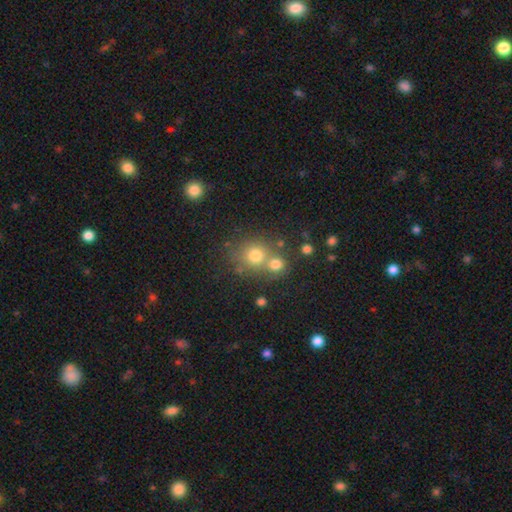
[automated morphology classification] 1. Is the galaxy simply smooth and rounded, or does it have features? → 73% smooth, 16% star or artifact, 11% featured or disk.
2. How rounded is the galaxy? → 86% round, 13% in between, 1% cigar-shaped.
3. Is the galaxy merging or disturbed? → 54% none, 35% merger, 8% minor disturbance, 3% major disturbance.